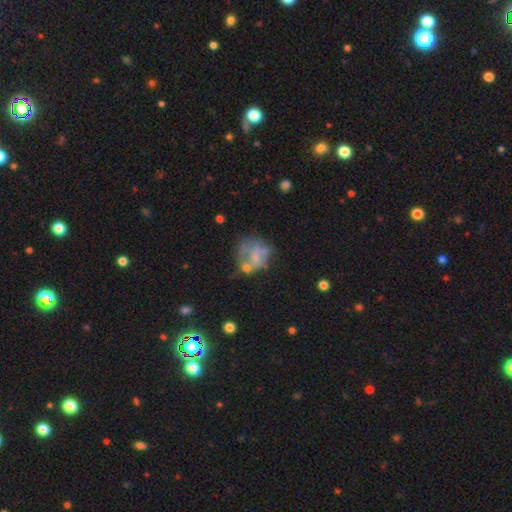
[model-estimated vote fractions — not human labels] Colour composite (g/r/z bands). It shows a featured or disk galaxy (46%). Merging: none (34%).